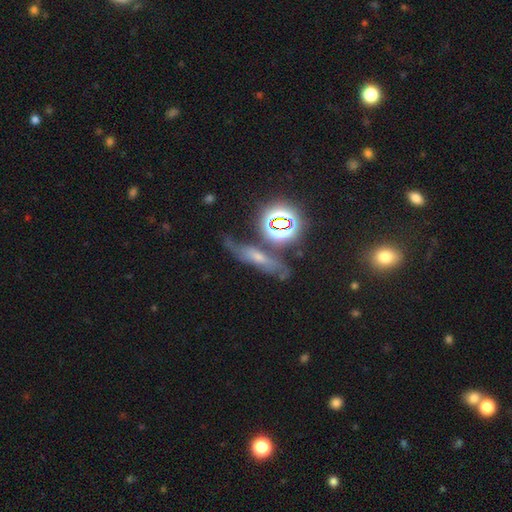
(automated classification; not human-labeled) The model was most divided on "smooth or featured": smooth: 37%, featured or disk: 35%, star or artifact: 28%. More confident: merging — none (50%).